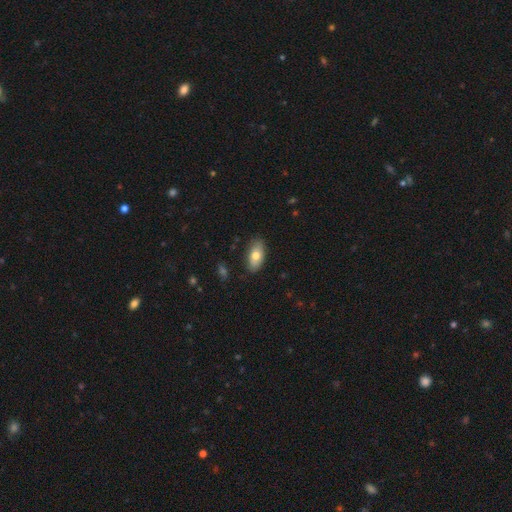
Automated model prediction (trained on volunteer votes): Smooth or featured: smooth — 73% (featured or disk — 20%)
How rounded: in between — 91% (cigar-shaped — 5%)
Merging: none — 84% (minor disturbance — 12%)